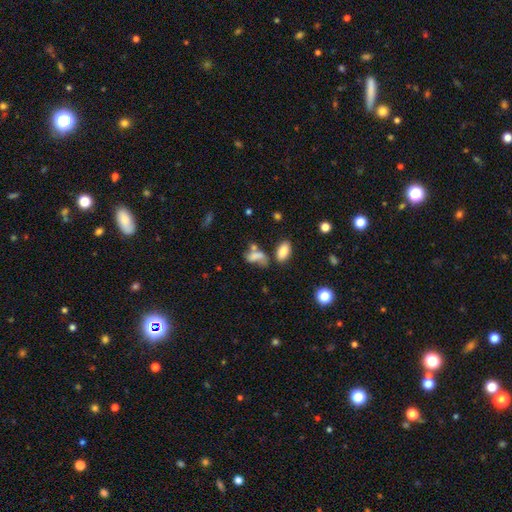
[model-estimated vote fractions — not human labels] smooth_or_featured: smooth (p=0.68) [alt: featured or disk p=0.19]
how_rounded: in between (p=0.84) [alt: round p=0.09]
merging: none (p=0.31) [tied with: merger p=0.31]